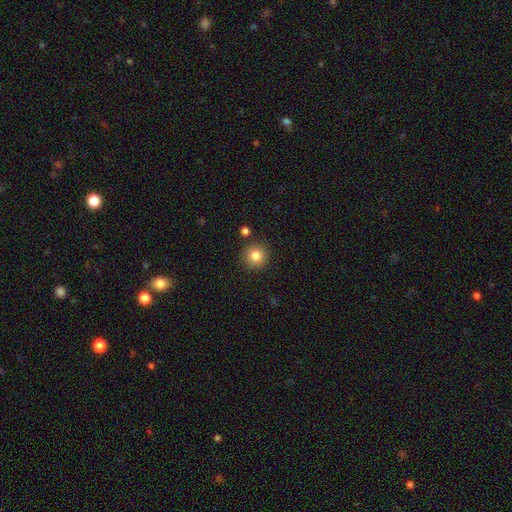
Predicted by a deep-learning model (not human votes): Overall: smooth (84%). How rounded: round (94%). Merging: none (88%).